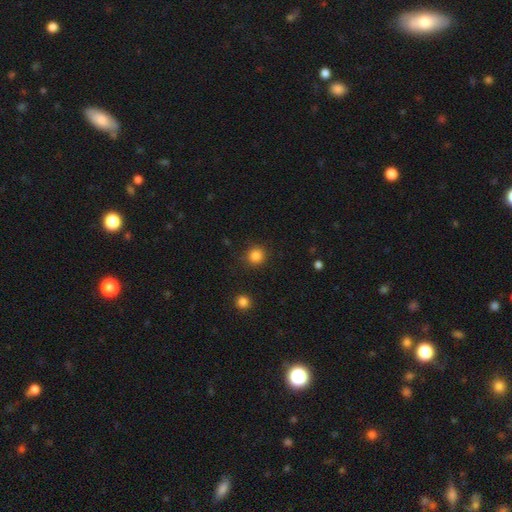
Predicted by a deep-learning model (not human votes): Q: Smooth or featured?
A: smooth (85%); runner-up: star or artifact (11%)
Q: How rounded?
A: round (94%); runner-up: in between (6%)
Q: Merging?
A: none (89%); runner-up: minor disturbance (7%)